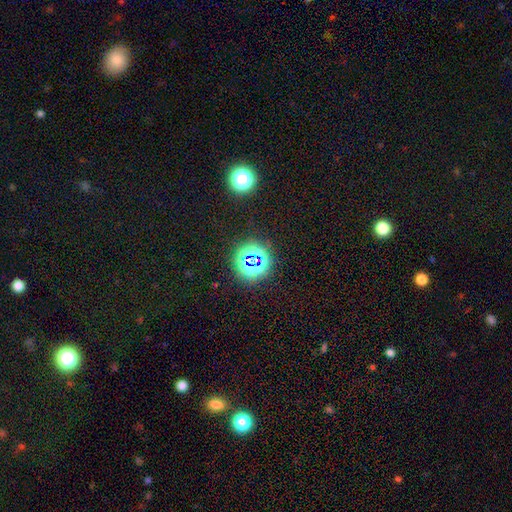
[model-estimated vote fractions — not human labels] smooth-or-featured: star or artifact: 75% | smooth: 17% | featured or disk: 8%